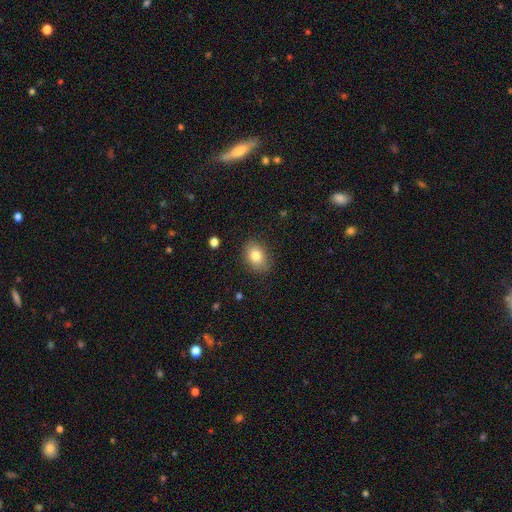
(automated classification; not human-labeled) smooth-or-featured: smooth: 81% | featured or disk: 10% | star or artifact: 9%
  how-rounded: in between: 74% | round: 25% | cigar-shaped: 1%
  merging: none: 85% | minor disturbance: 11% | major disturbance: 3% | merger: 1%